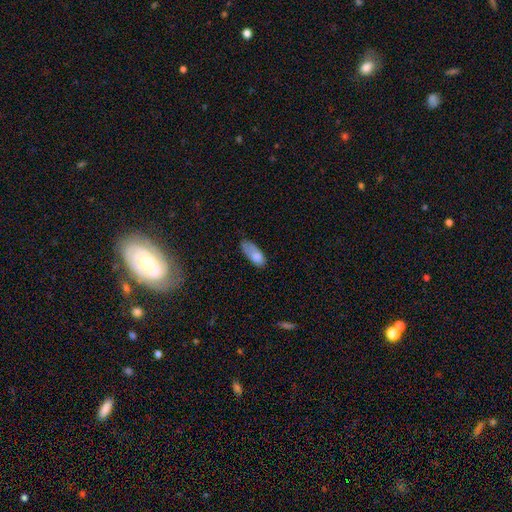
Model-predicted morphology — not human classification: smooth-or-featured: smooth: 78% | featured or disk: 14% | star or artifact: 8%
  how-rounded: in between: 81% | cigar-shaped: 17% | round: 3%
  merging: minor disturbance: 39% | none: 38% | major disturbance: 19% | merger: 4%